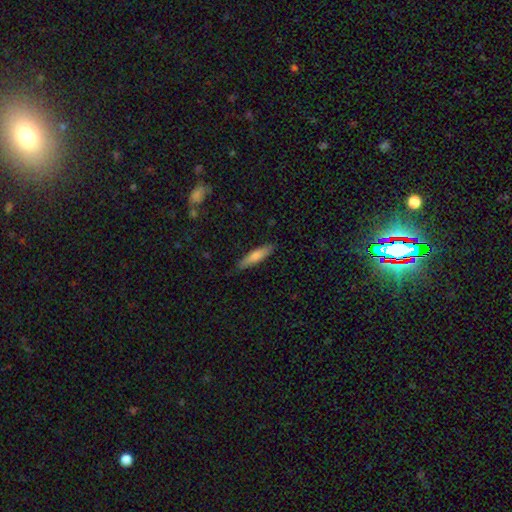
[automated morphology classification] A smooth galaxy with no disk features (67%) that is cigar-shaped (82%).

Vote fractions:
- Smooth or featured? smooth: 67% / featured or disk: 27% / star or artifact: 6%
- How rounded? cigar-shaped: 82% / in between: 16% / round: 2%
- Merging? none: 87% / minor disturbance: 10% / major disturbance: 2% / merger: 1%